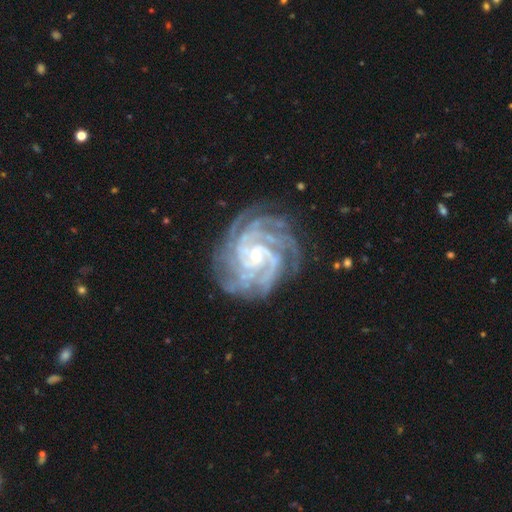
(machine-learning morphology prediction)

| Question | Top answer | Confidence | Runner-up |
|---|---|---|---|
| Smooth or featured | featured or disk | 92% | star or artifact (5%) |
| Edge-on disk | no | 98% | yes (2%) |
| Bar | no | 55% | weak (32%) |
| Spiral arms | yes | 99% | no (1%) |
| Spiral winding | tight | 75% | medium (23%) |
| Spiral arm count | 4 | 33% | more than 4 (19%) |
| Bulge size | small | 75% | moderate (20%) |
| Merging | none | 77% | minor disturbance (16%) |